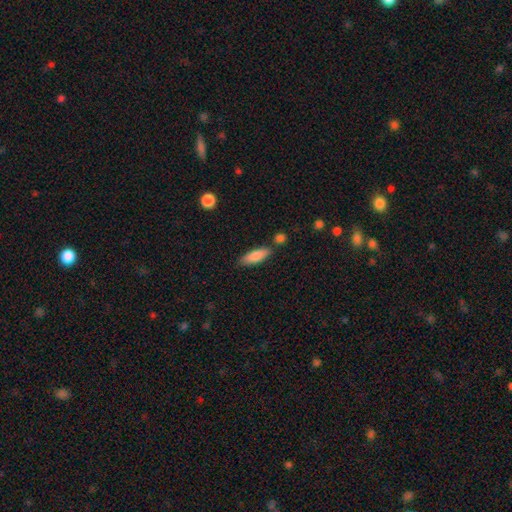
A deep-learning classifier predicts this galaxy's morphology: type=smooth (82%); roundness=in between (56%); merging=none (76%).